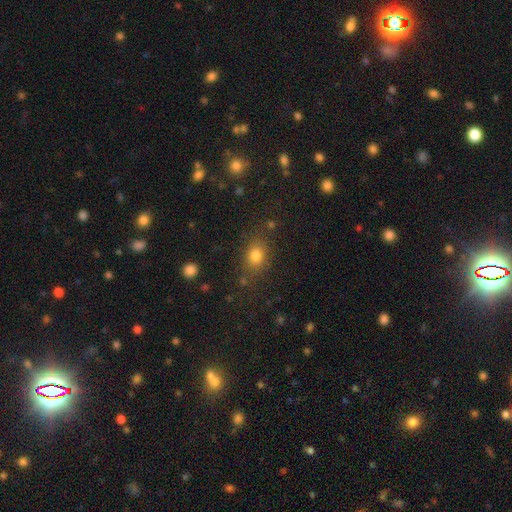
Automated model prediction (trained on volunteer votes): Smooth or featured: smooth — 79% (star or artifact — 13%)
How rounded: in between — 54% (round — 44%)
Merging: none — 78% (minor disturbance — 13%)